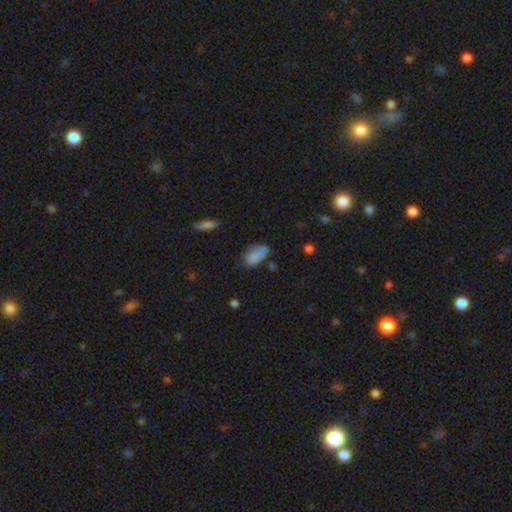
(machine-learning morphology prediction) smooth_or_featured: smooth (p=0.74) [alt: featured or disk p=0.16]
how_rounded: in between (p=0.90) [alt: round p=0.07]
merging: none (p=0.44) [alt: minor disturbance p=0.29]